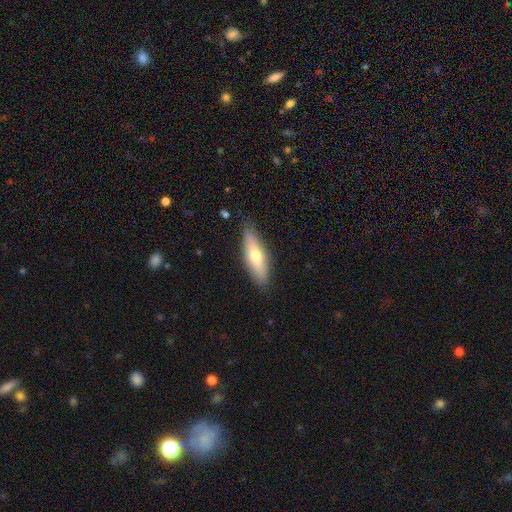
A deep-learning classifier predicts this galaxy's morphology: A smooth galaxy with no disk features (59%) that is in between round and cigar-shaped (49%). Merging: none (83%).